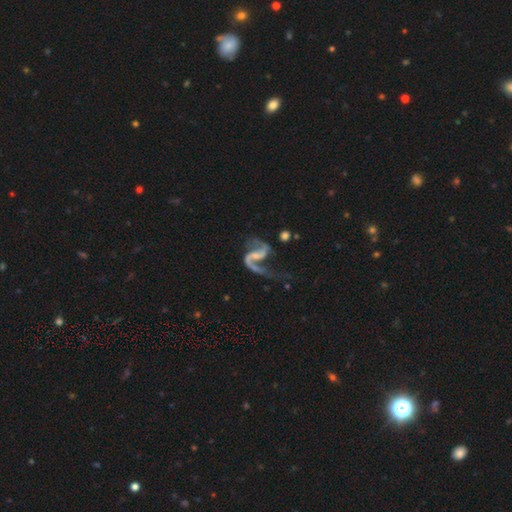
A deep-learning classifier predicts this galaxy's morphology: smooth_or_featured: featured or disk (p=0.91) [alt: smooth p=0.05]
disk_edge_on: no (p=0.98) [alt: yes p=0.02]
bar: weak (p=0.45) [alt: strong p=0.28]
has_spiral_arms: yes (p=0.96) [alt: no p=0.04]
spiral_winding: loose (p=0.66) [alt: medium p=0.29]
spiral_arm_count: 2 (p=0.86) [alt: 1 p=0.09]
bulge_size: small (p=0.41) [alt: none p=0.37]
merging: none (p=0.44) [alt: major disturbance p=0.32]